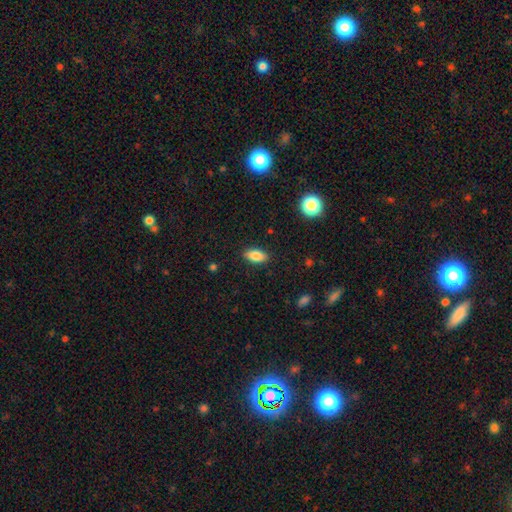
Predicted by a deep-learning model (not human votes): The model was most divided on "smooth or featured": smooth: 84%, star or artifact: 8%, featured or disk: 8%. More confident: how rounded — in between (91%); merging — none (88%).